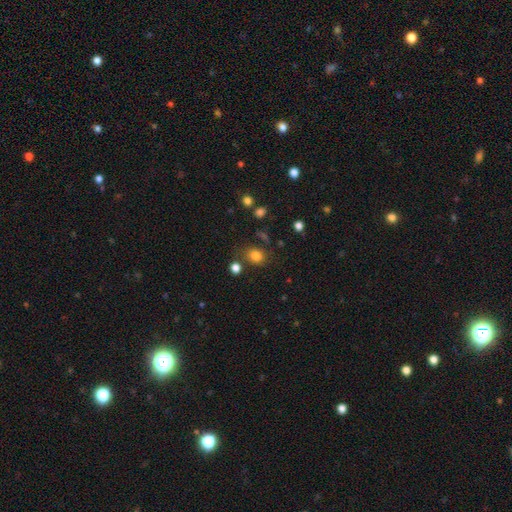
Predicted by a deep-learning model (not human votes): Smooth or featured: smooth — 80% (star or artifact — 13%)
How rounded: round — 55% (in between — 44%)
Merging: none — 74% (minor disturbance — 14%)